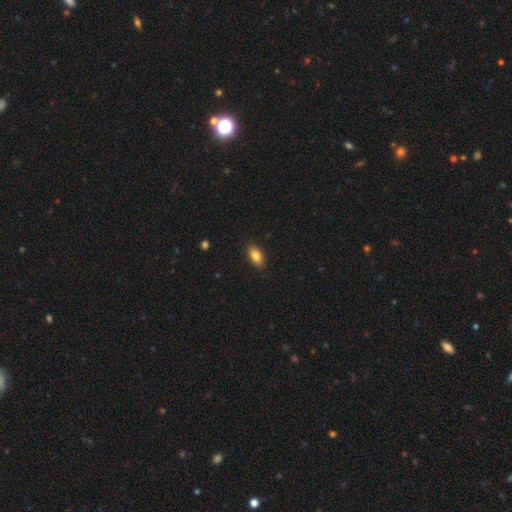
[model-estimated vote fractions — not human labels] Morphology: type=smooth (85%); roundness=in between (90%); merging=none (88%).